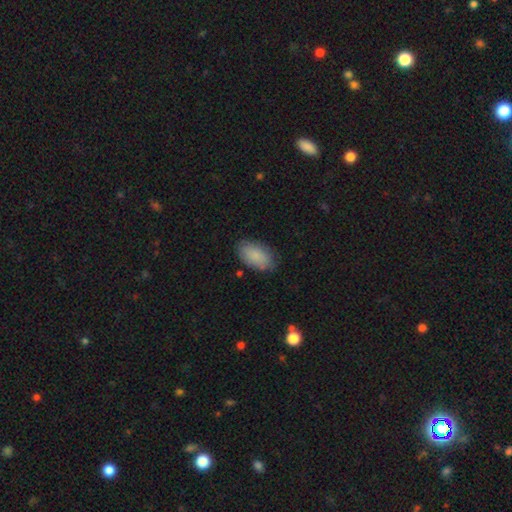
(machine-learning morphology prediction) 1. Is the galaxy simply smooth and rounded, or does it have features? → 86% smooth, 8% featured or disk, 6% star or artifact.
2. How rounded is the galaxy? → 94% in between, 4% round, 2% cigar-shaped.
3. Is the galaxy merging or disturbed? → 80% none, 15% minor disturbance, 3% major disturbance, 1% merger.